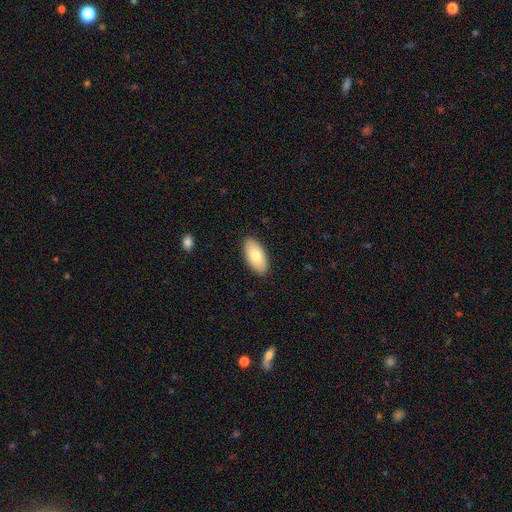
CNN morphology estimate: smooth 78%, featured or disk 16%, star or artifact 6%. Down the decision tree: how rounded — in between (94%); merging — none (89%).